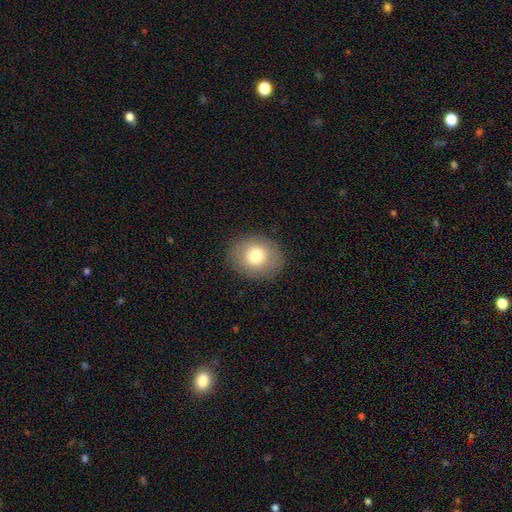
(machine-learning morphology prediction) Smooth or featured: smooth — 78% (featured or disk — 13%)
How rounded: round — 63% (in between — 36%)
Merging: none — 88% (minor disturbance — 8%)